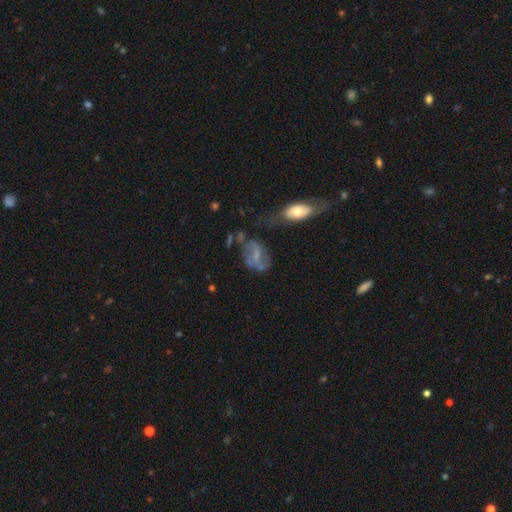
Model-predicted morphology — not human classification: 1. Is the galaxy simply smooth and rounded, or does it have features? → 56% featured or disk, 34% smooth, 11% star or artifact.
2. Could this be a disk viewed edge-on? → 95% no, 5% yes.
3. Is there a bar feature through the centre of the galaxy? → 43% no, 41% weak, 16% strong.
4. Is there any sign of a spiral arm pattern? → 58% yes, 42% no.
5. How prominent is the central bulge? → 40% small, 33% none, 23% moderate, 3% large, 1% dominant.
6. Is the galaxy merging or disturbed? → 42% none, 24% minor disturbance, 21% major disturbance, 13% merger.